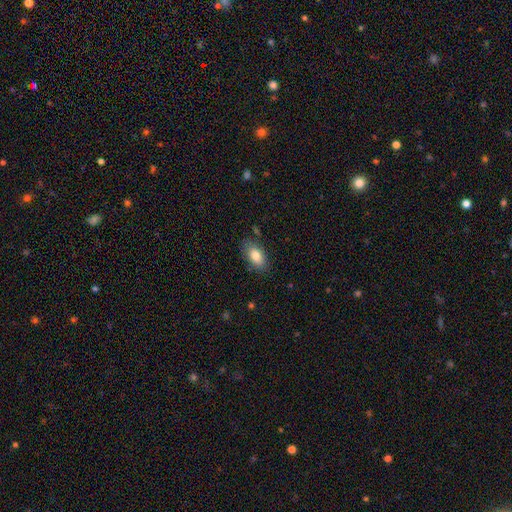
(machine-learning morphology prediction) This is clearly a smooth galaxy (81%). How rounded: clearly in between (91%). Merging: likely none (80%).